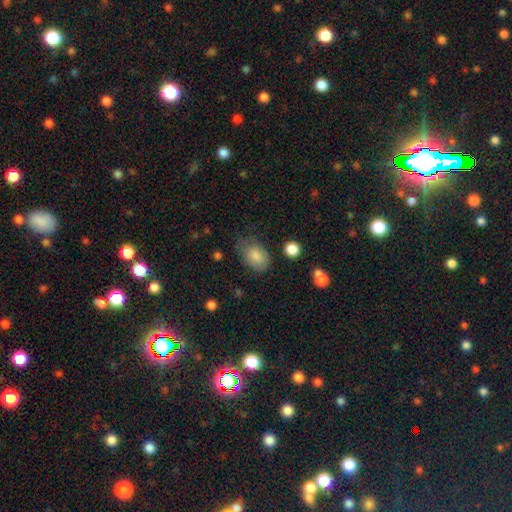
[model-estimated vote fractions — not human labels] Q: Smooth or featured?
A: smooth (81%); runner-up: featured or disk (10%)
Q: How rounded?
A: in between (81%); runner-up: round (18%)
Q: Merging?
A: none (64%); runner-up: minor disturbance (27%)